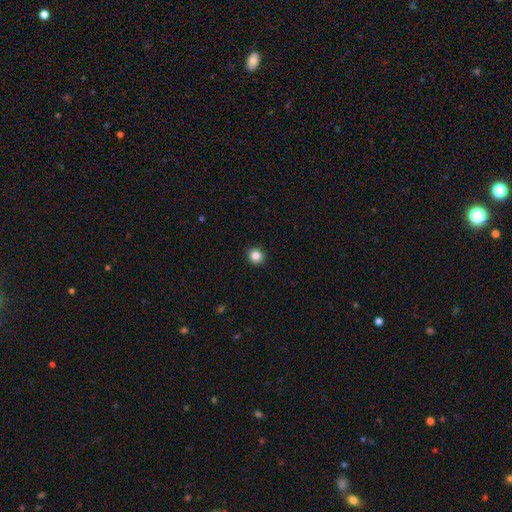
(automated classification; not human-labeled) Morphology: type=smooth (85%); roundness=round (91%); merging=none (93%).